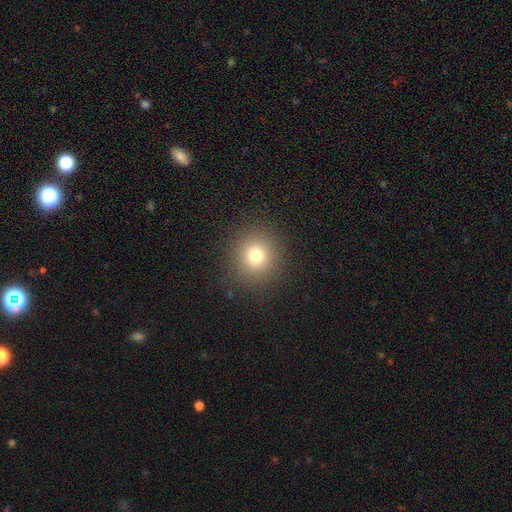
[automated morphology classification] The model was most divided on "smooth or featured": smooth: 76%, star or artifact: 15%, featured or disk: 9%. More confident: how rounded — round (92%); merging — none (89%).